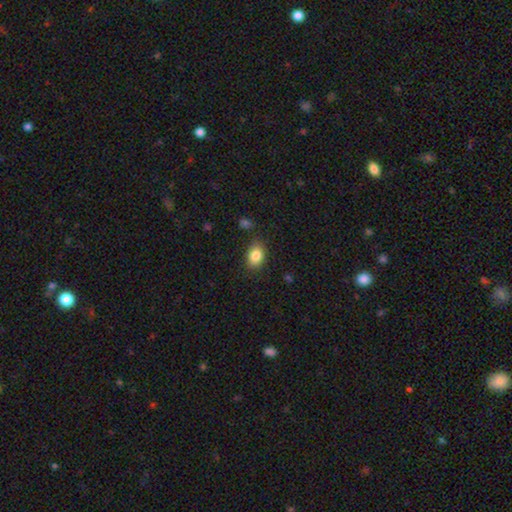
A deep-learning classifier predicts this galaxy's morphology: Smooth or featured: smooth — 84% (star or artifact — 8%)
How rounded: in between — 79% (round — 20%)
Merging: none — 80% (minor disturbance — 14%)